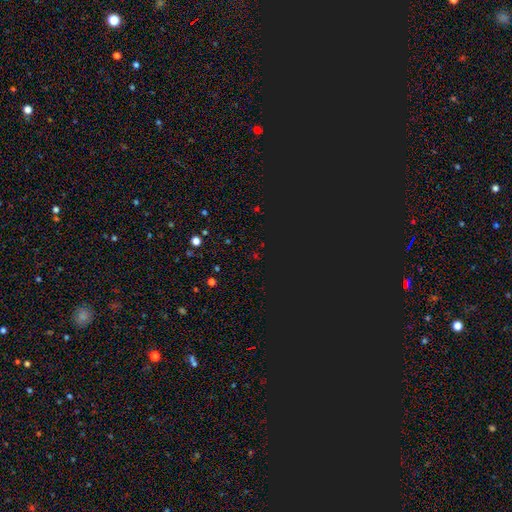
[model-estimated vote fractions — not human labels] This is likely a star or artifact rather than a galaxy (73%).